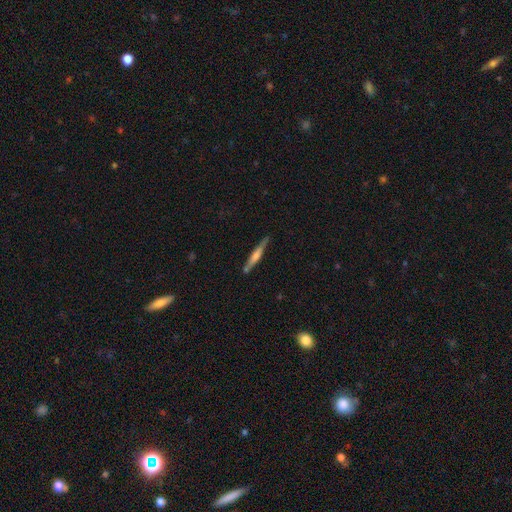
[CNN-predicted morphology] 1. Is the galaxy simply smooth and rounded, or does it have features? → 52% featured or disk, 42% smooth, 6% star or artifact.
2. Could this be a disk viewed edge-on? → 96% yes, 4% no.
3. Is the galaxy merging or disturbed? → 81% none, 13% minor disturbance, 4% merger, 2% major disturbance.